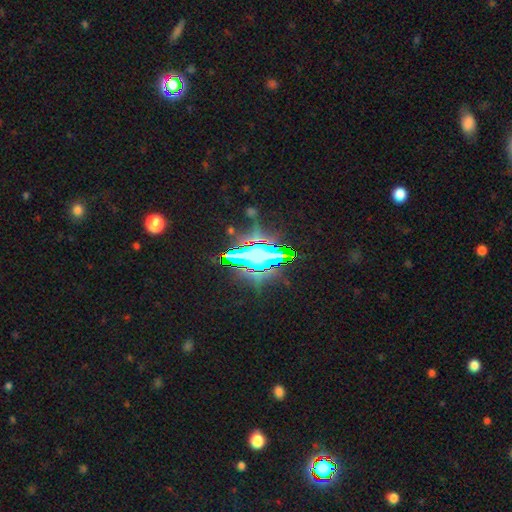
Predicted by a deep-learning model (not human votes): Overall: star or artifact (71%).